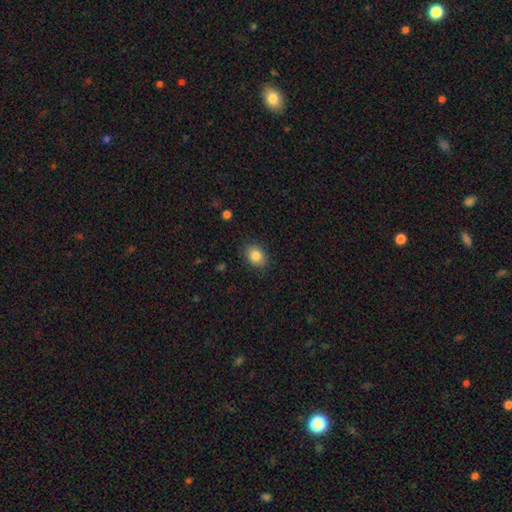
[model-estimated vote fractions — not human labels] The model was most divided on "how rounded": in between: 66%, round: 33%, cigar-shaped: 1%. More confident: merging — none (86%); smooth or featured — smooth (84%).